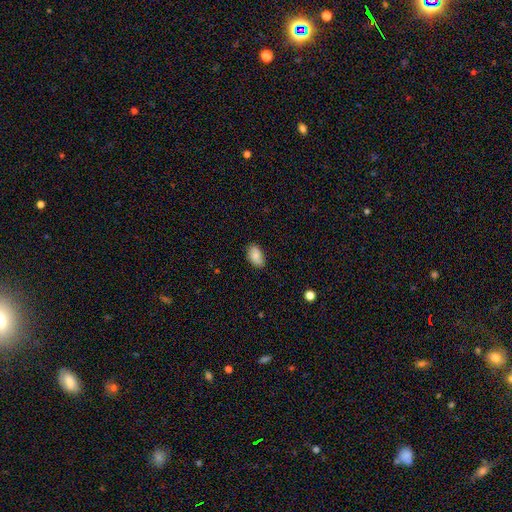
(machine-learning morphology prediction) Overall: smooth (85%). How rounded: in between (92%). Merging: none (76%).